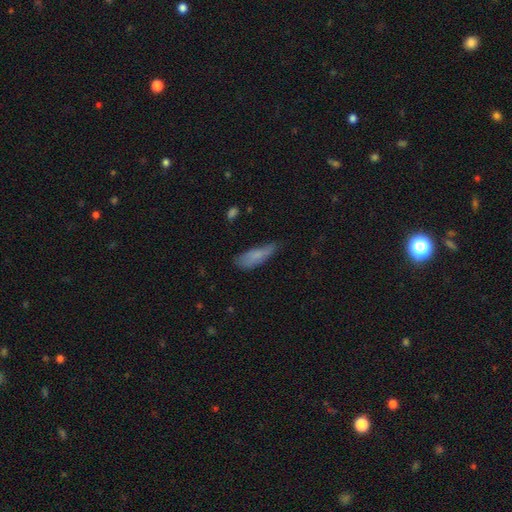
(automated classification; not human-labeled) Smooth or featured? Predicted: smooth (p=0.77). How rounded? Predicted: in between (p=0.54). Merging? Predicted: none (p=0.47).